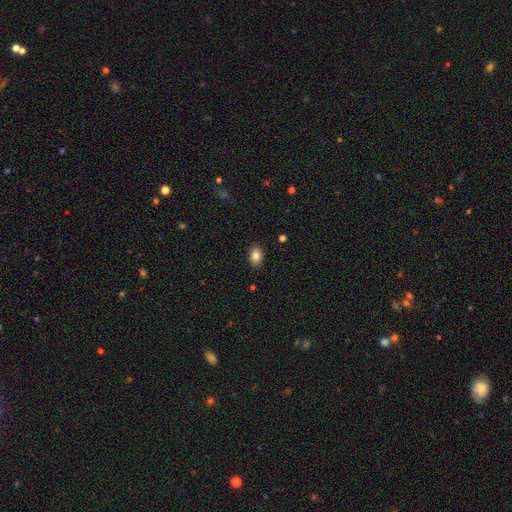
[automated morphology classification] Smooth or featured?
  - smooth: 84% *
  - star or artifact: 8%
  - featured or disk: 8%
How rounded?
  - in between: 85% *
  - round: 14%
  - cigar-shaped: 1%
Merging?
  - none: 88% *
  - minor disturbance: 9%
  - major disturbance: 2%
  - merger: 1%